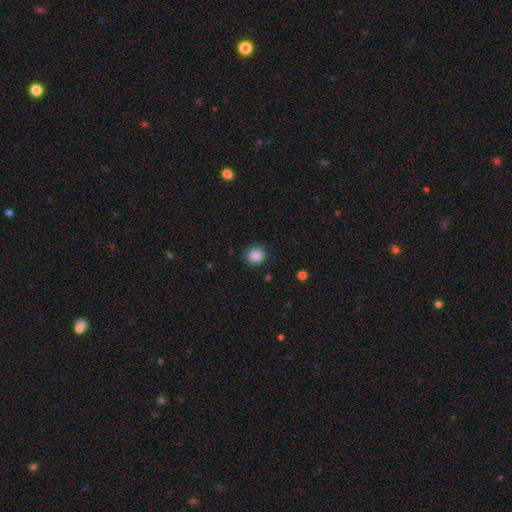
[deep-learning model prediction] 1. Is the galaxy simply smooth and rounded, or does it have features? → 87% smooth, 10% star or artifact, 3% featured or disk.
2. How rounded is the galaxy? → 89% round, 10% in between, 1% cigar-shaped.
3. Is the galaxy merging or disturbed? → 87% none, 9% minor disturbance, 3% major disturbance, 1% merger.